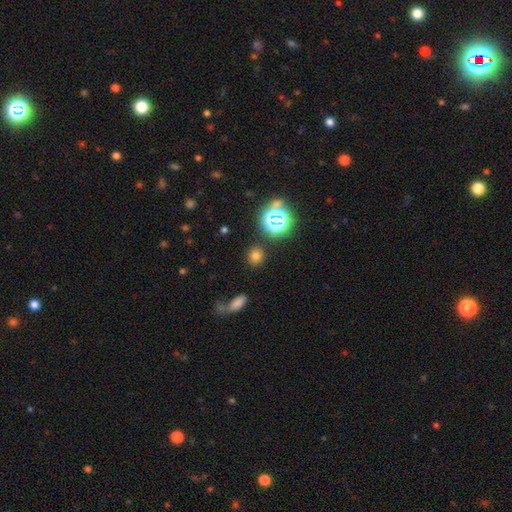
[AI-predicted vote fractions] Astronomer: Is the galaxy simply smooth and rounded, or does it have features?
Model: smooth — 70%.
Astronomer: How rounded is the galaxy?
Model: round — 80%.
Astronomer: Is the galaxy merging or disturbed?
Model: none — 85%.